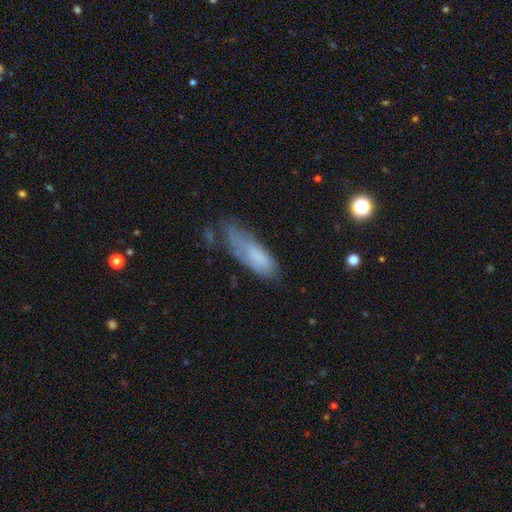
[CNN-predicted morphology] smooth-or-featured: smooth: 61% | featured or disk: 29% | star or artifact: 10%
  how-rounded: in between: 54% | cigar-shaped: 44% | round: 2%
  merging: none: 41% | minor disturbance: 33% | major disturbance: 22% | merger: 5%